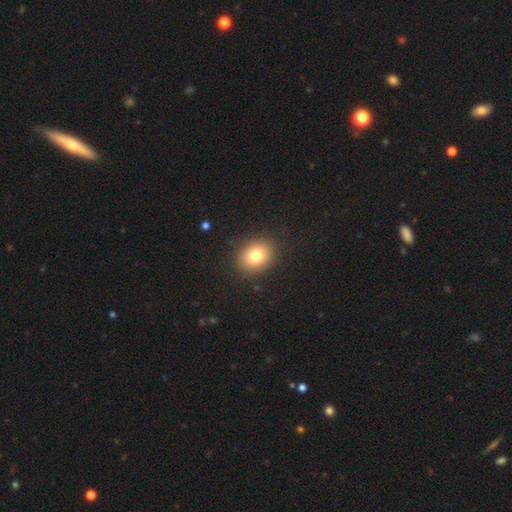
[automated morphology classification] Smooth or featured? Predicted: smooth (p=0.79). How rounded? Predicted: round (p=0.51). Merging? Predicted: none (p=0.89).